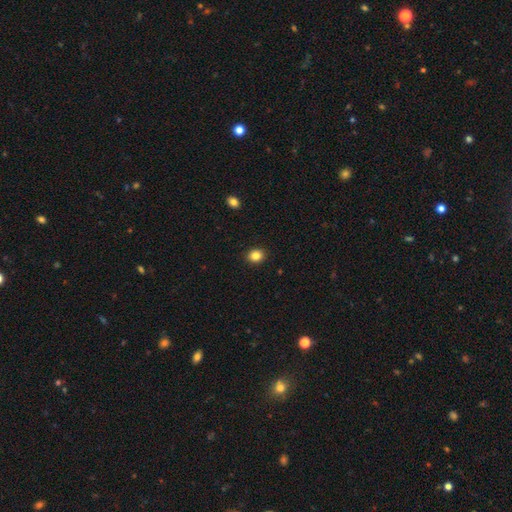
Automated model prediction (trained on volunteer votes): The model was most divided on "how rounded": round: 66%, in between: 33%, cigar-shaped: 1%. More confident: merging — none (92%); smooth or featured — smooth (84%).